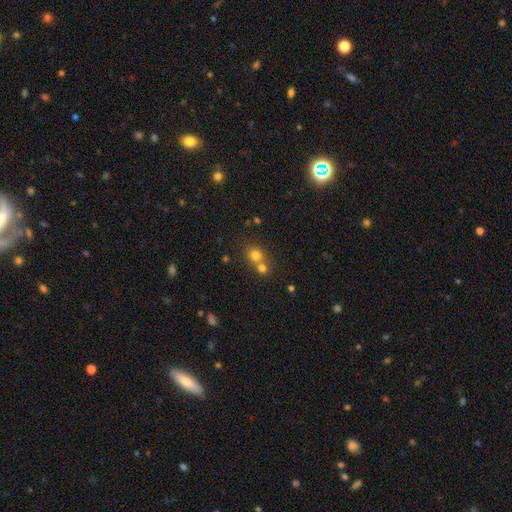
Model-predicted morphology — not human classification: type=smooth (75%); roundness=round (80%); merging=merger (49%).